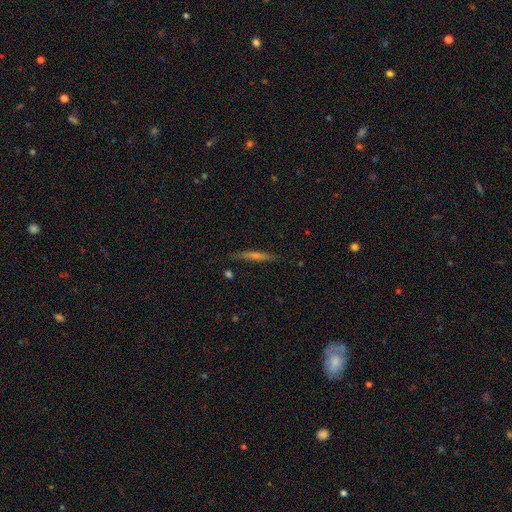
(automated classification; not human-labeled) Smooth or featured? featured or disk (60%)
Edge-on disk? yes (95%)
Edge-on bulge? rounded (51%)
Merging? none (86%)